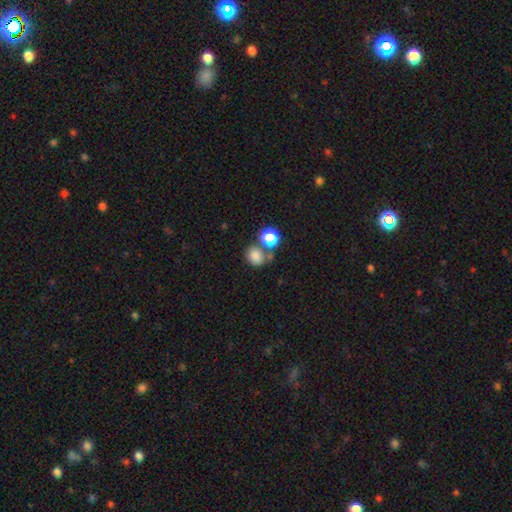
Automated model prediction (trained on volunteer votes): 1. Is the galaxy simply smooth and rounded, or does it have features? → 79% smooth, 13% star or artifact, 8% featured or disk.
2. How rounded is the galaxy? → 65% round, 34% in between, 1% cigar-shaped.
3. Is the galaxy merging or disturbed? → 52% none, 29% merger, 13% minor disturbance, 6% major disturbance.